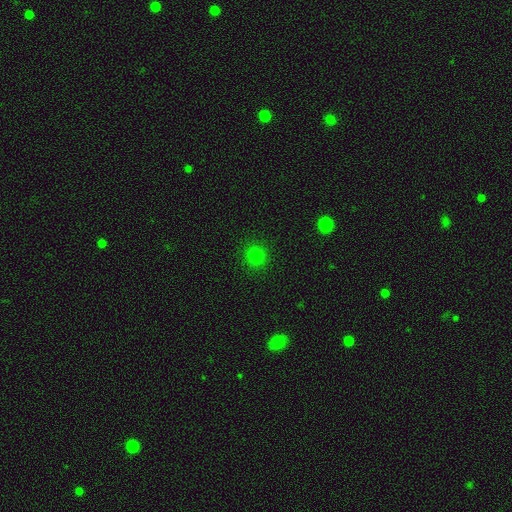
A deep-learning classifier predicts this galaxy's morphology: Overall: smooth (80%). How rounded: round (92%). Merging: none (91%).